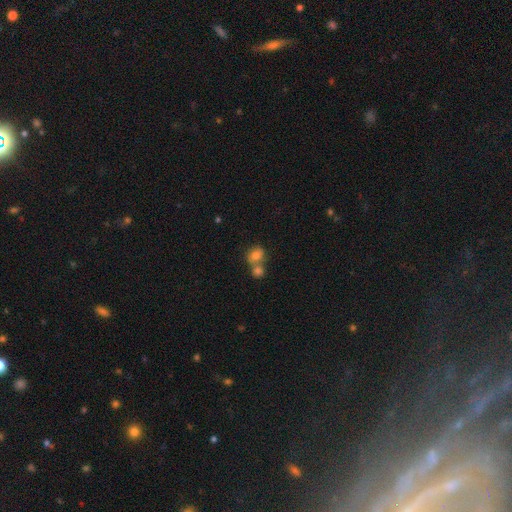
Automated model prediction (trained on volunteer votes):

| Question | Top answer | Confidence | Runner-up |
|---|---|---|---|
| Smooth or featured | smooth | 79% | star or artifact (11%) |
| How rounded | round | 61% | in between (38%) |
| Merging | merger | 50% | none (38%) |